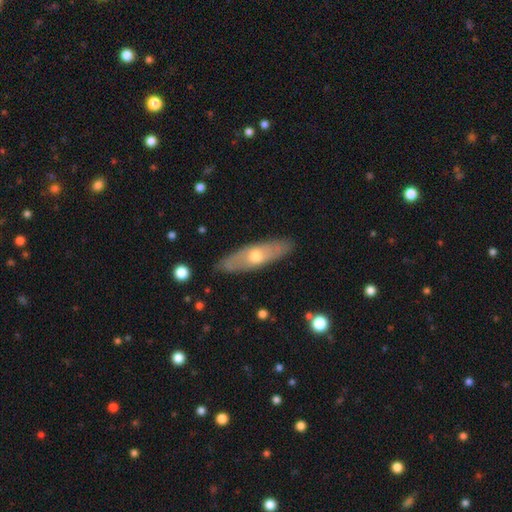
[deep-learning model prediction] featured or disk 48%, smooth 46%, star or artifact 5%. Down the decision tree: merging — none (86%).